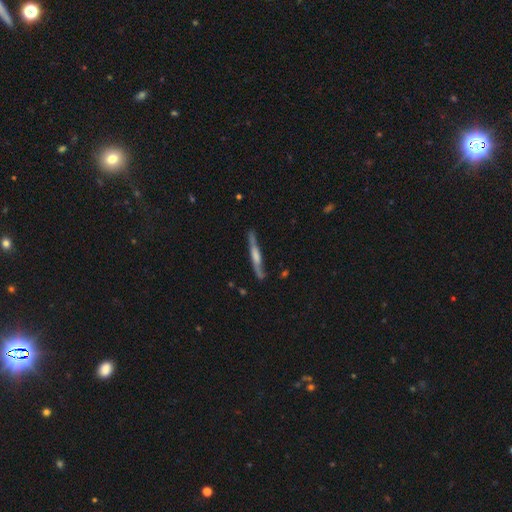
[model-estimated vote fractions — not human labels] smooth_or_featured: featured or disk (p=0.62) [alt: smooth p=0.33]
disk_edge_on: yes (p=0.91) [alt: no p=0.09]
edge_on_bulge: rounded (p=0.38) [alt: boxy p=0.35]
merging: none (p=0.77) [alt: minor disturbance p=0.17]